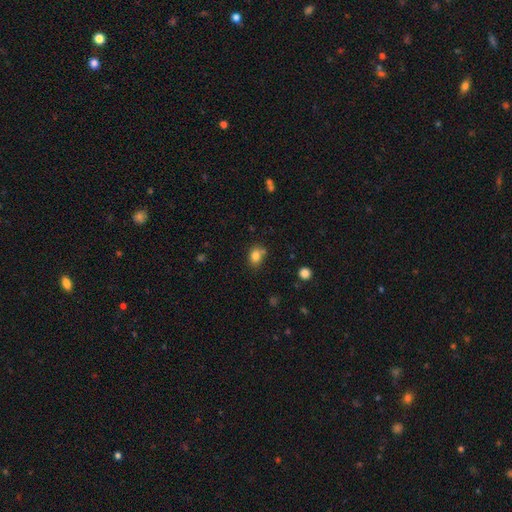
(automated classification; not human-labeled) A smooth galaxy with no disk features (81%) that is in between round and cigar-shaped (55%).

Vote fractions:
- Smooth or featured? smooth: 81% / star or artifact: 11% / featured or disk: 8%
- How rounded? in between: 55% / round: 44% / cigar-shaped: 1%
- Merging? none: 62% / minor disturbance: 19% / merger: 14% / major disturbance: 5%